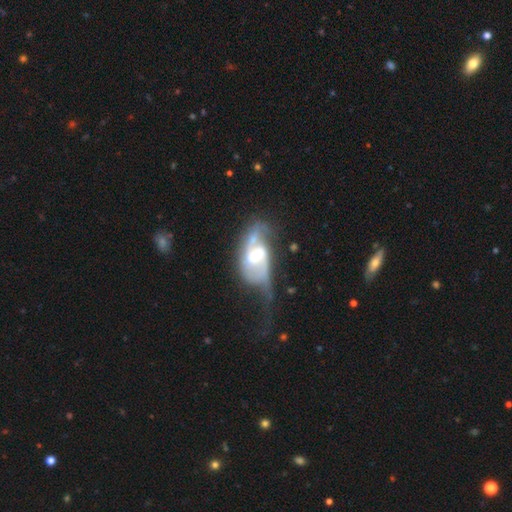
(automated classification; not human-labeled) Smooth or featured? Predicted: featured or disk (p=0.77). Edge-on disk? Predicted: no (p=0.95). Bar? Predicted: weak (p=0.48). Spiral arms? Predicted: yes (p=0.86). Spiral winding? Predicted: loose (p=0.44). Spiral arm count? Predicted: 2 (p=0.68). Bulge size? Predicted: moderate (p=0.54). Merging? Predicted: major disturbance (p=0.43).